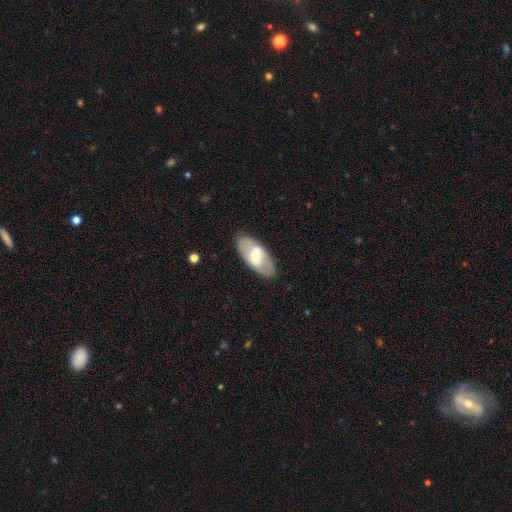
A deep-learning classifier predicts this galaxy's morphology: type=featured or disk (51%); edge-on=no (84%); merging=none (82%).